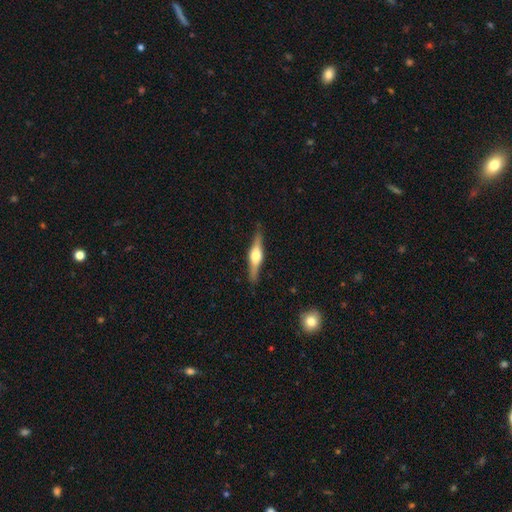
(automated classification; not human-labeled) Smooth or featured? featured or disk (73%)
Edge-on disk? yes (97%)
Edge-on bulge? rounded (93%)
Merging? none (89%)